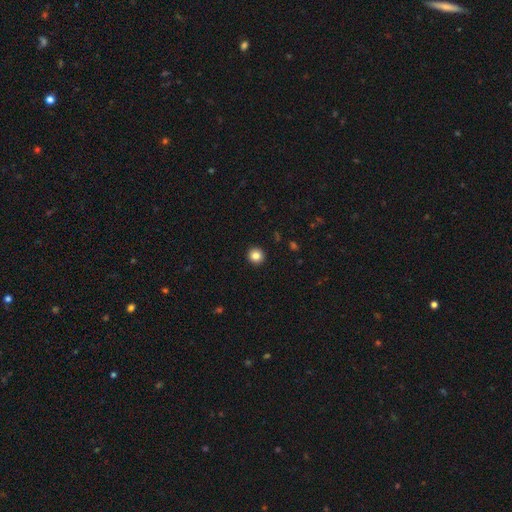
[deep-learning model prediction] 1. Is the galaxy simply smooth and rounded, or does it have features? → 85% smooth, 10% star or artifact, 5% featured or disk.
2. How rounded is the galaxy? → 94% round, 5% in between, 1% cigar-shaped.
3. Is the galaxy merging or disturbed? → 94% none, 4% minor disturbance, 1% major disturbance, 1% merger.